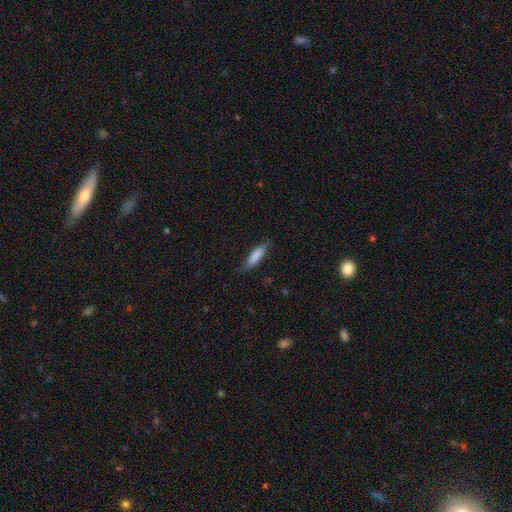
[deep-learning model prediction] smooth-or-featured: smooth: 81% | featured or disk: 13% | star or artifact: 6%
  how-rounded: cigar-shaped: 63% | in between: 35% | round: 2%
  merging: none: 72% | minor disturbance: 21% | major disturbance: 5% | merger: 1%